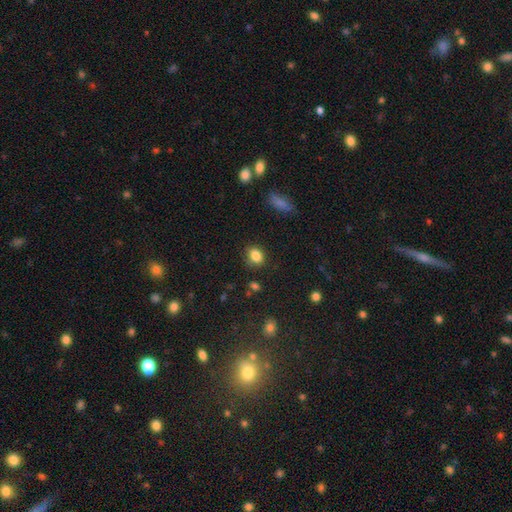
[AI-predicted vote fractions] This appears to be a smooth galaxy with no disk features (84%) that is in between round and cigar-shaped (68%). Merging: none (77%).